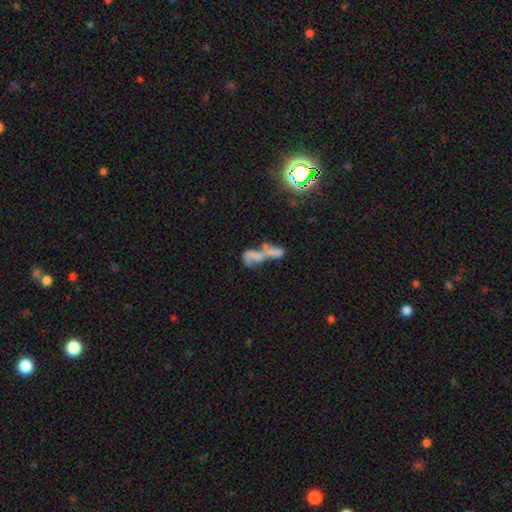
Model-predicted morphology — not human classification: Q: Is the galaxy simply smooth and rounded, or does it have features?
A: featured or disk — 45%.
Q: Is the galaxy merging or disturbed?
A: merger — 68%.